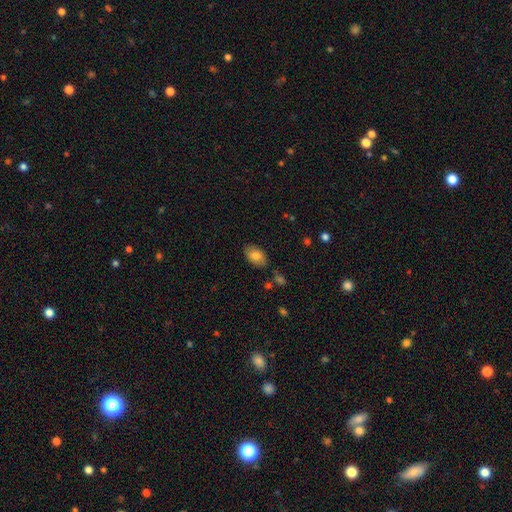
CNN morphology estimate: type=smooth (79%); roundness=in between (91%); merging=none (81%).